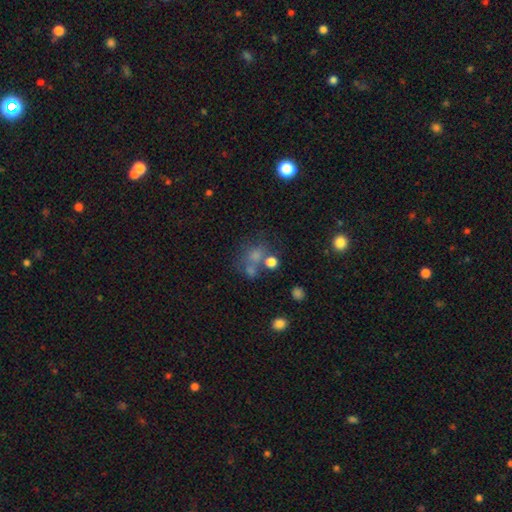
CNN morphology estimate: smooth 53%, star or artifact 29%, featured or disk 18%. Down the decision tree: how rounded — round (71%); merging — none (47%).